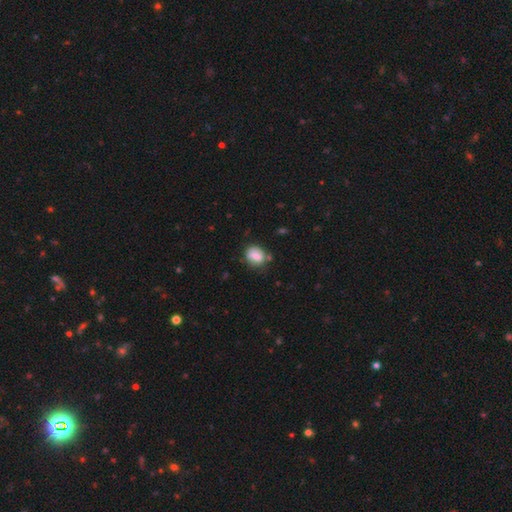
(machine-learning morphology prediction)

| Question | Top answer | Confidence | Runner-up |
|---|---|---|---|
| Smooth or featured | smooth | 78% | featured or disk (13%) |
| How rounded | in between | 50% | round (49%) |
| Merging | none | 65% | minor disturbance (22%) |